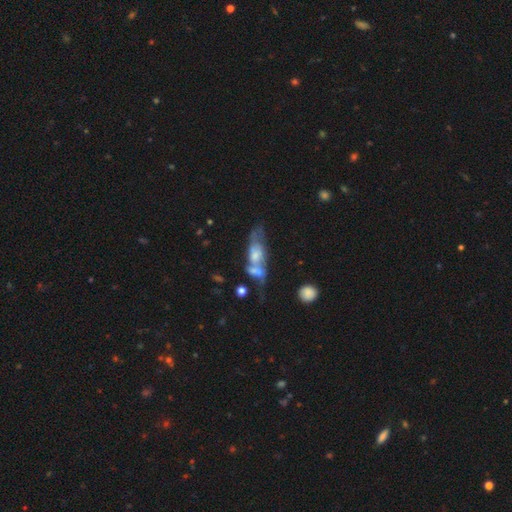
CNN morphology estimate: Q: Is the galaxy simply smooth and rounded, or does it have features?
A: featured or disk — 51%.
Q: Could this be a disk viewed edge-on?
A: no — 73%.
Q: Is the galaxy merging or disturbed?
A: merger — 47%.